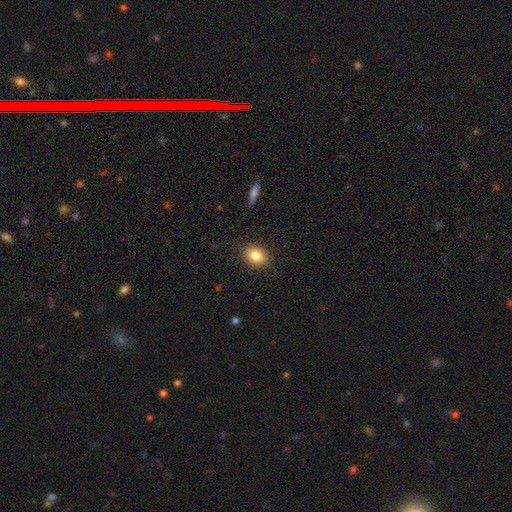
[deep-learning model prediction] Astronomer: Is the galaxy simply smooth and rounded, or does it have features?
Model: smooth — 83%.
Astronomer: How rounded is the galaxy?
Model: in between — 54% (runner-up: round, 45%).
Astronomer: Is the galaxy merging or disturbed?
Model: none — 88%.